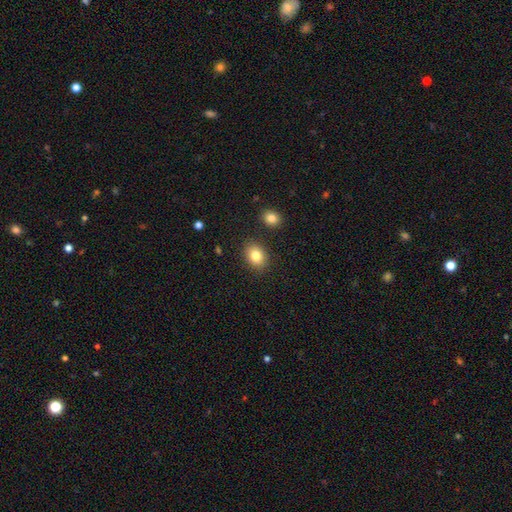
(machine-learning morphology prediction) Smooth or featured?
  - smooth: 83% *
  - star or artifact: 9%
  - featured or disk: 8%
How rounded?
  - in between: 62% *
  - round: 37%
  - cigar-shaped: 1%
Merging?
  - none: 86% *
  - minor disturbance: 9%
  - merger: 3%
  - major disturbance: 2%